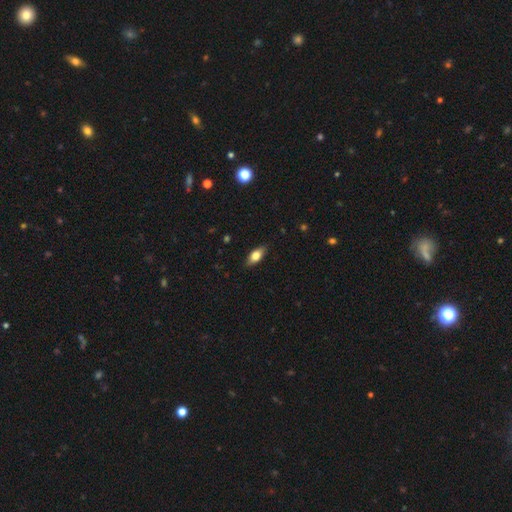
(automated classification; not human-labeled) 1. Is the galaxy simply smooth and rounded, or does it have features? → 71% smooth, 22% featured or disk, 7% star or artifact.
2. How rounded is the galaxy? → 83% in between, 13% cigar-shaped, 4% round.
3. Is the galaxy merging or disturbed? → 85% none, 12% minor disturbance, 2% major disturbance, 1% merger.